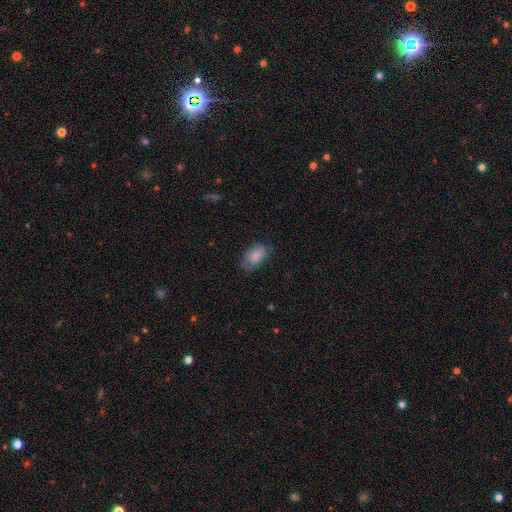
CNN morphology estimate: This appears to be a smooth galaxy with no disk features (84%) that is in between round and cigar-shaped (90%). Merging: none (69%).